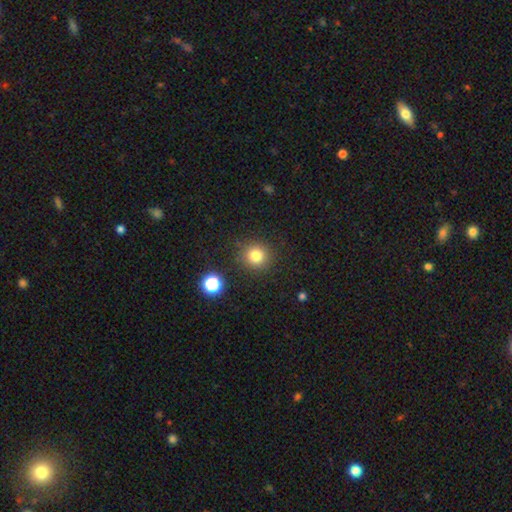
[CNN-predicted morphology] A smooth galaxy with no disk features (79%) that is round (93%).

Vote fractions:
- Smooth or featured? smooth: 79% / star or artifact: 14% / featured or disk: 7%
- How rounded? round: 93% / in between: 6% / cigar-shaped: 1%
- Merging? none: 87% / minor disturbance: 8% / major disturbance: 3% / merger: 3%